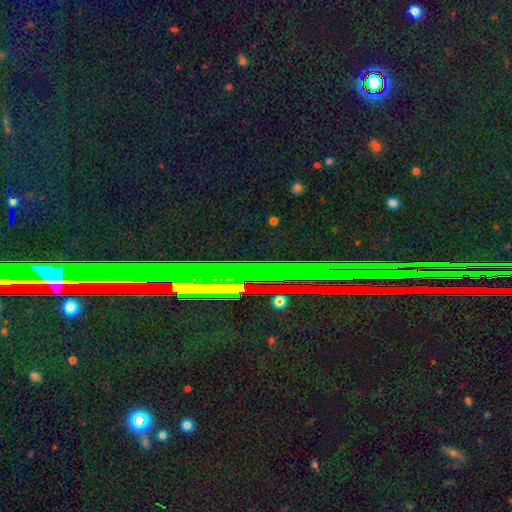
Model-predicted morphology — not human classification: The model was most divided on "smooth or featured": star or artifact: 79%, featured or disk: 11%, smooth: 10%.